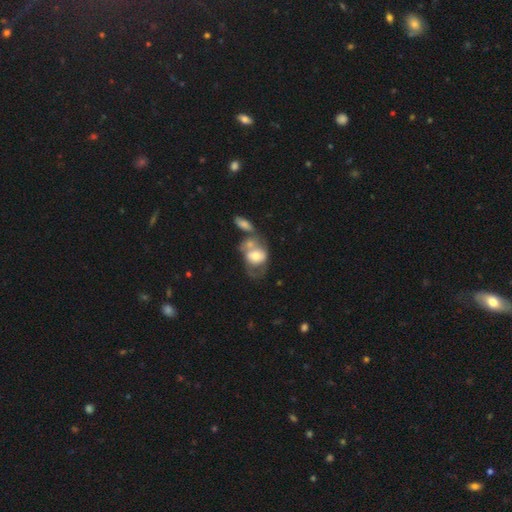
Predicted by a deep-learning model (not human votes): A smooth galaxy with no disk features (50%) that is in between round and cigar-shaped (62%).

Vote fractions:
- Smooth or featured? smooth: 50% / featured or disk: 43% / star or artifact: 7%
- How rounded? in between: 62% / round: 36% / cigar-shaped: 2%
- Merging? merger: 51% / none: 20% / major disturbance: 17% / minor disturbance: 13%